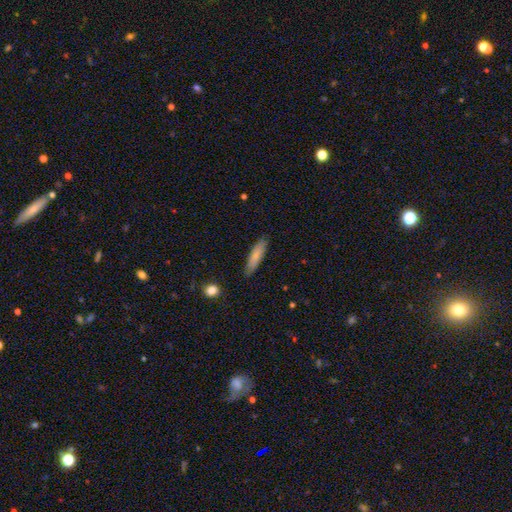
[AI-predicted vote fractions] This is likely a smooth galaxy (78%). How rounded: likely cigar-shaped (72%). Merging: clearly none (85%).